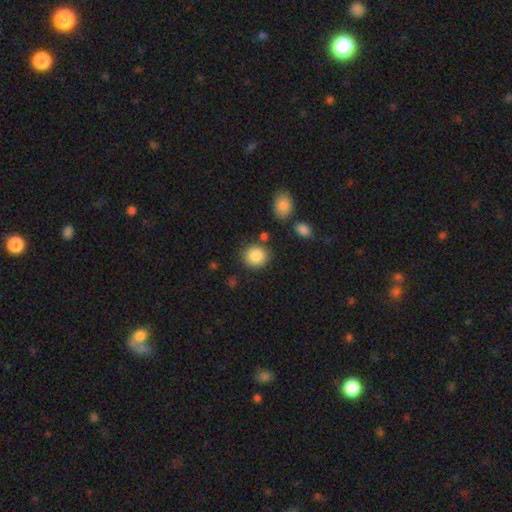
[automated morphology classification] Smooth or featured?
  - smooth: 87% *
  - star or artifact: 8%
  - featured or disk: 5%
How rounded?
  - round: 83% *
  - in between: 16%
  - cigar-shaped: 1%
Merging?
  - none: 81% *
  - minor disturbance: 10%
  - merger: 6%
  - major disturbance: 3%